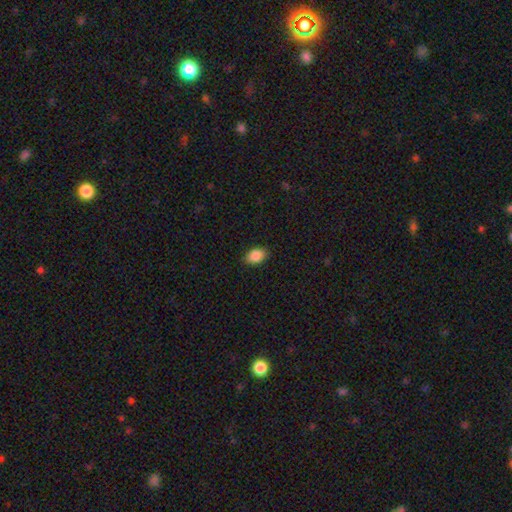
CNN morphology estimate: Smooth or featured: smooth — 87% (star or artifact — 8%)
How rounded: in between — 86% (round — 12%)
Merging: none — 88% (minor disturbance — 9%)